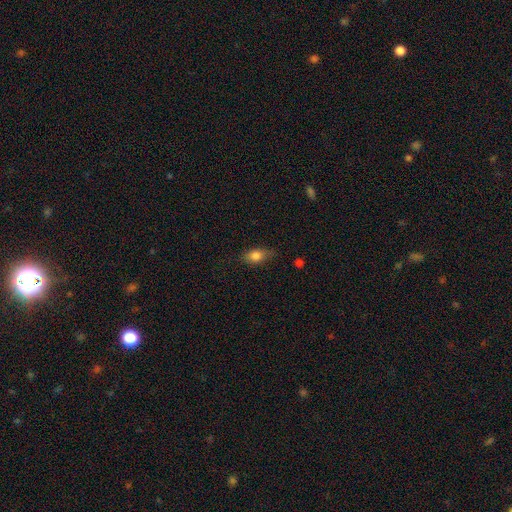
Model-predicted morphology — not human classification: Smooth or featured?
  - smooth: 79% *
  - featured or disk: 12%
  - star or artifact: 8%
How rounded?
  - in between: 80% *
  - round: 13%
  - cigar-shaped: 8%
Merging?
  - none: 70% *
  - minor disturbance: 23%
  - major disturbance: 5%
  - merger: 1%